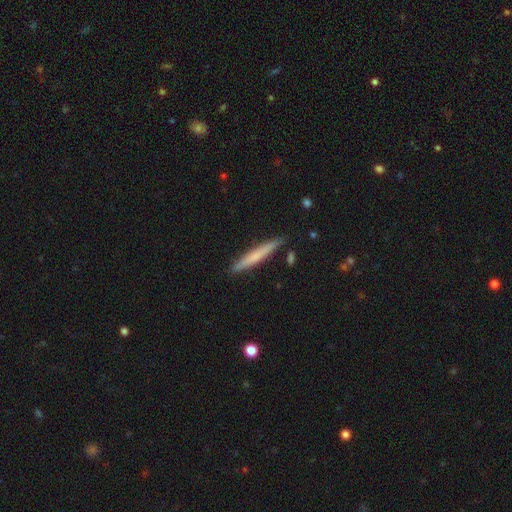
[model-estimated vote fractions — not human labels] A smooth galaxy with no disk features (62%) that is cigar-shaped (96%).

Vote fractions:
- Smooth or featured? smooth: 62% / featured or disk: 32% / star or artifact: 6%
- How rounded? cigar-shaped: 96% / in between: 3% / round: 1%
- Merging? none: 89% / minor disturbance: 8% / merger: 2% / major disturbance: 1%